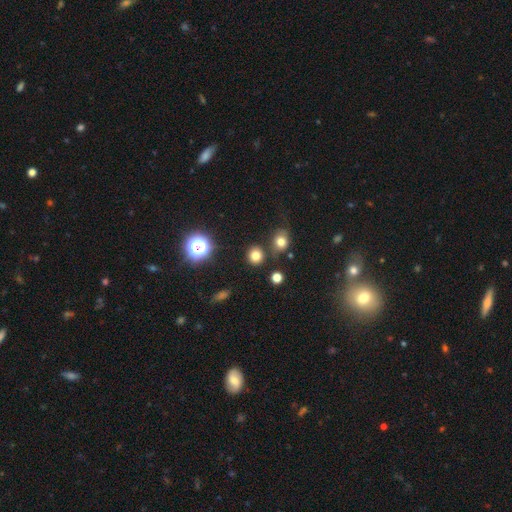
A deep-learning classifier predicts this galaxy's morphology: A smooth galaxy with no disk features (76%) that is round (86%).

Vote fractions:
- Smooth or featured? smooth: 76% / star or artifact: 18% / featured or disk: 6%
- How rounded? round: 86% / in between: 13% / cigar-shaped: 1%
- Merging? none: 82% / minor disturbance: 8% / merger: 7% / major disturbance: 3%